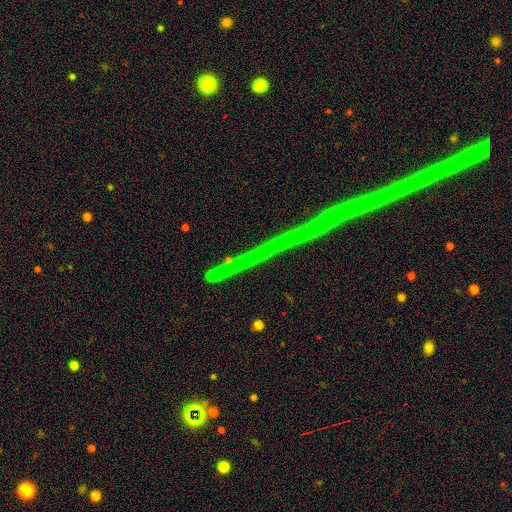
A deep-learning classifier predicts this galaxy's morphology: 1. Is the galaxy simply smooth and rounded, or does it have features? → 83% star or artifact, 10% featured or disk, 6% smooth.